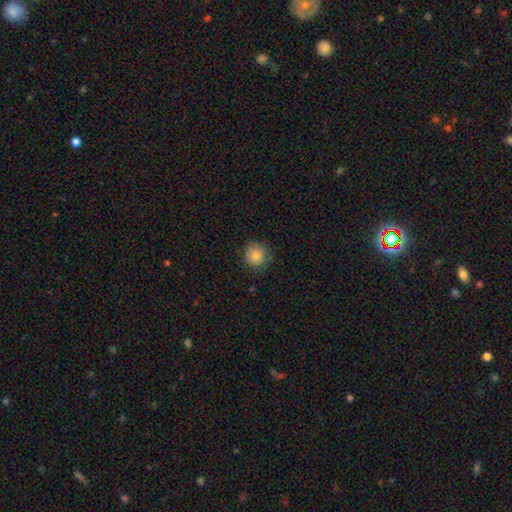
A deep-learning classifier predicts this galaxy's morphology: type=smooth (83%); roundness=round (89%); merging=none (79%).